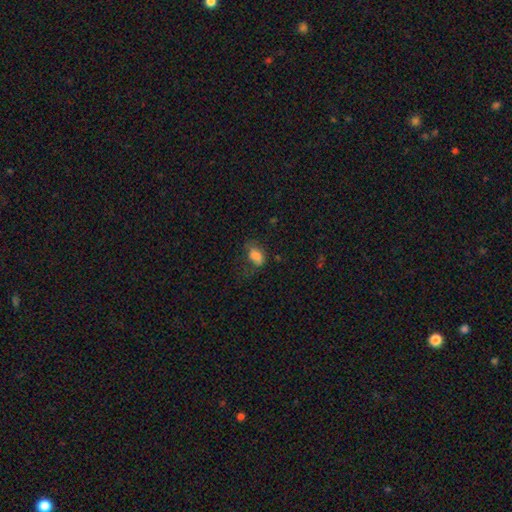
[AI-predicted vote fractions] smooth 77%, star or artifact 12%, featured or disk 11%. Down the decision tree: how rounded — in between (87%); merging — none (38%).